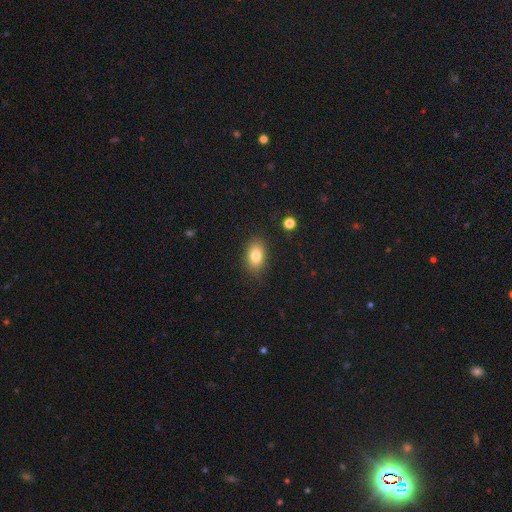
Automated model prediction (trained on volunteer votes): Q: Smooth or featured?
A: smooth (81%); runner-up: featured or disk (10%)
Q: How rounded?
A: in between (86%); runner-up: round (13%)
Q: Merging?
A: none (84%); runner-up: minor disturbance (12%)